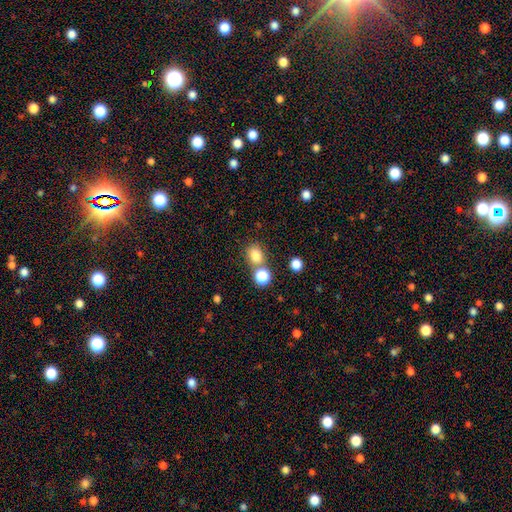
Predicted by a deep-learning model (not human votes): smooth-or-featured: smooth: 79% | star or artifact: 14% | featured or disk: 7%
  how-rounded: round: 57% | in between: 42% | cigar-shaped: 1%
  merging: none: 64% | merger: 21% | minor disturbance: 11% | major disturbance: 4%